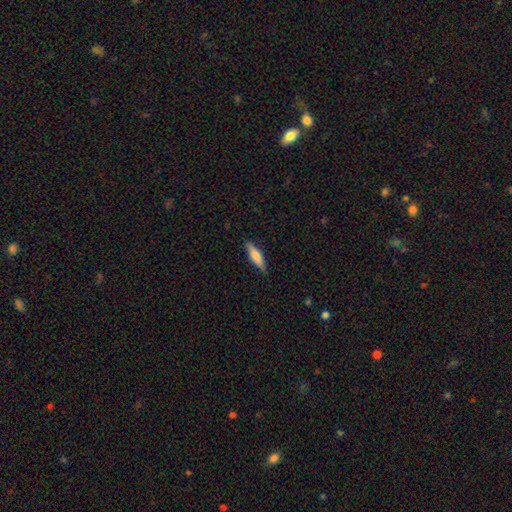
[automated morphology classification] A smooth galaxy with no disk features (69%) that is cigar-shaped (66%). Merging: none (86%).